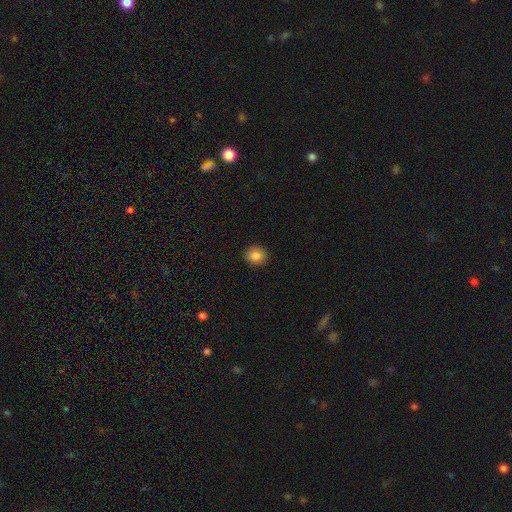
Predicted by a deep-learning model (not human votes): Smooth or featured: smooth — 85% (star or artifact — 10%)
How rounded: round — 71% (in between — 28%)
Merging: none — 91% (minor disturbance — 6%)